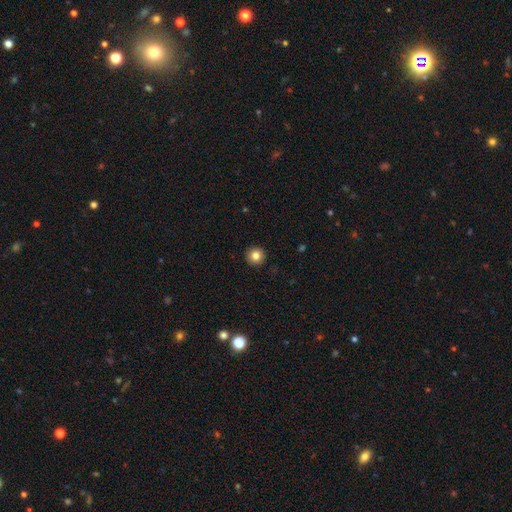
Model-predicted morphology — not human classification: smooth 83%, star or artifact 10%, featured or disk 6%. Down the decision tree: how rounded — round (95%); merging — none (93%).